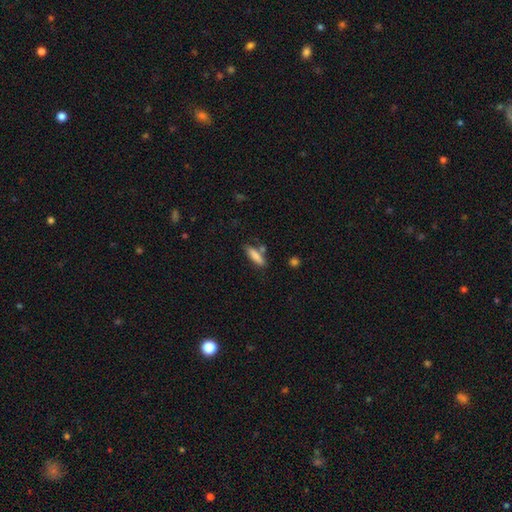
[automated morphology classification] smooth-or-featured: smooth: 84% | featured or disk: 10% | star or artifact: 7%
  how-rounded: cigar-shaped: 60% | in between: 38% | round: 2%
  merging: none: 69% | minor disturbance: 16% | merger: 11% | major disturbance: 4%